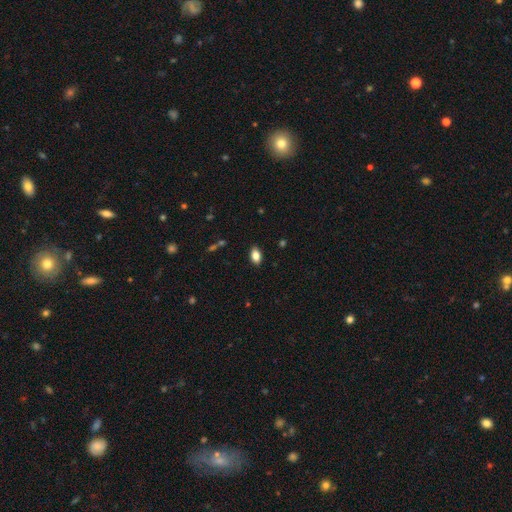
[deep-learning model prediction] Smooth or featured? smooth (83%)
How rounded? in between (90%)
Merging? none (88%)